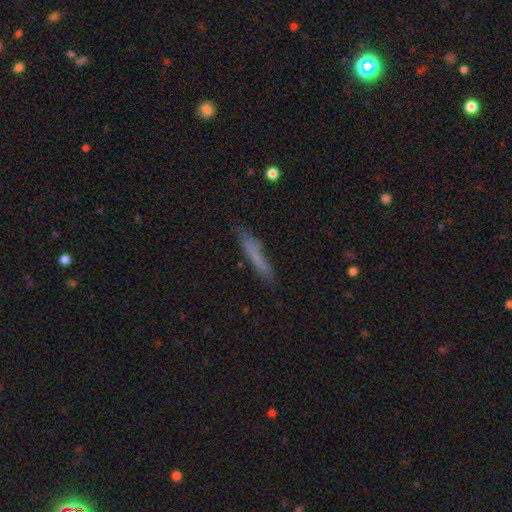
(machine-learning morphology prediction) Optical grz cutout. It shows a smooth galaxy with no disk features (70%) that is cigar-shaped (92%). Merging: none (76%).